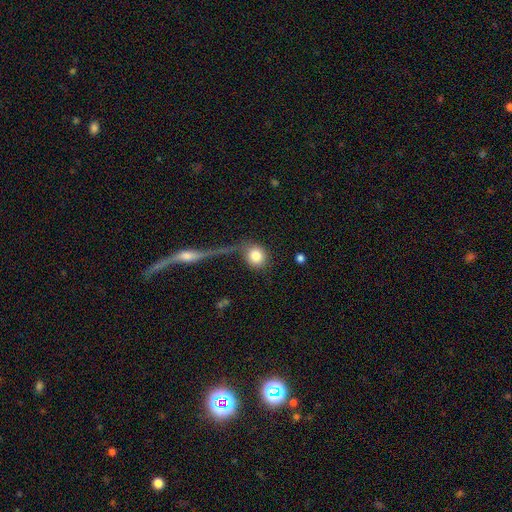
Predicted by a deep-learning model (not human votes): Smooth or featured?
  - smooth: 82% *
  - featured or disk: 10%
  - star or artifact: 8%
How rounded?
  - round: 82% *
  - in between: 16%
  - cigar-shaped: 2%
Merging?
  - none: 57% *
  - merger: 18%
  - minor disturbance: 13%
  - major disturbance: 12%